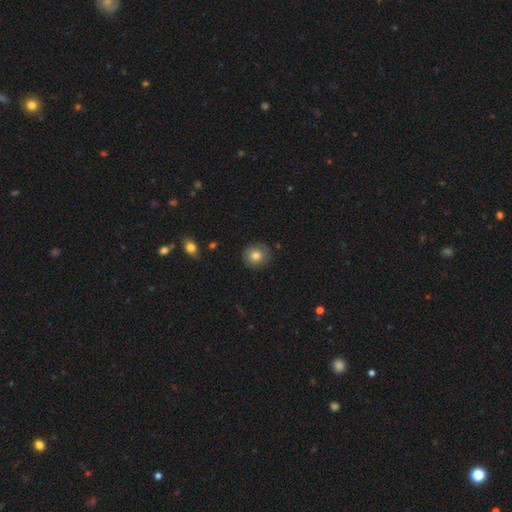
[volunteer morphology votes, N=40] This is likely a smooth galaxy (78%). How rounded: clearly round (81%). Merging: clearly none (86%).